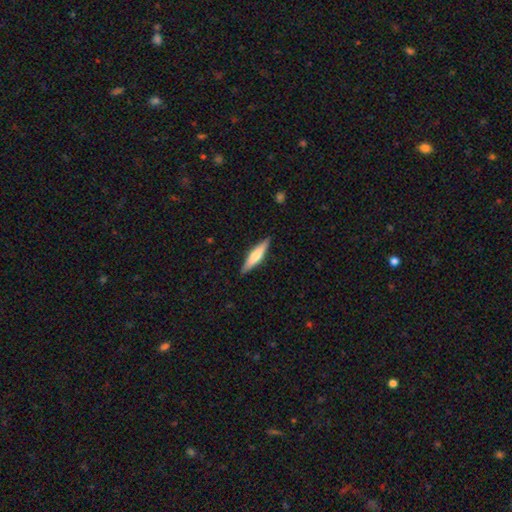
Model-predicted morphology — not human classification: smooth-or-featured: smooth: 54% | featured or disk: 41% | star or artifact: 5%
  how-rounded: cigar-shaped: 84% | in between: 15% | round: 1%
  merging: none: 89% | minor disturbance: 8% | major disturbance: 2% | merger: 1%